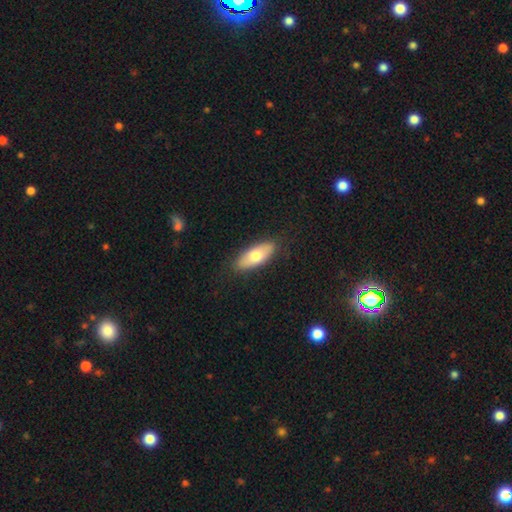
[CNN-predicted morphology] Smooth or featured: smooth — 69% (featured or disk — 25%)
How rounded: in between — 79% (cigar-shaped — 19%)
Merging: none — 86% (minor disturbance — 10%)